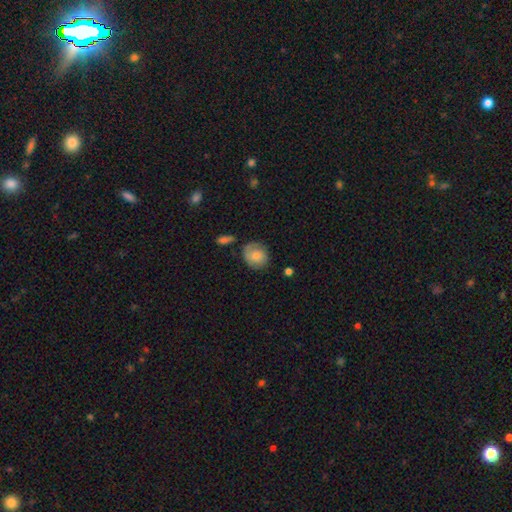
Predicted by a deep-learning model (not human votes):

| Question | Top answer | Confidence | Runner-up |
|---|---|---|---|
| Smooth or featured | smooth | 71% | featured or disk (22%) |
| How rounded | round | 73% | in between (26%) |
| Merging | none | 63% | minor disturbance (25%) |